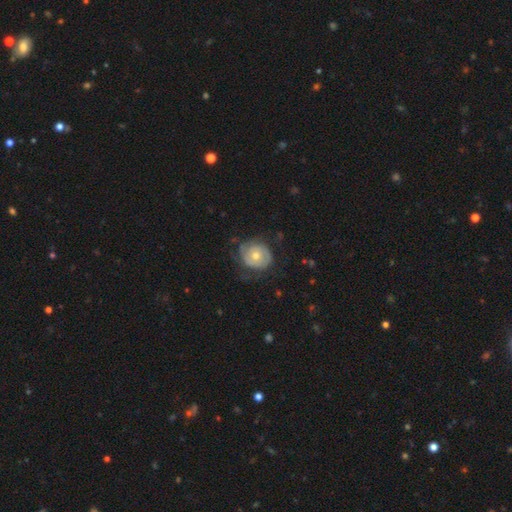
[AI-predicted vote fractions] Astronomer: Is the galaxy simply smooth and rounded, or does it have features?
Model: featured or disk — 59% (runner-up: smooth, 35%).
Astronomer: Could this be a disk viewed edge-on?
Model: no — 97%.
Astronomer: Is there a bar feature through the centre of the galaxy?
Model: no — 84%.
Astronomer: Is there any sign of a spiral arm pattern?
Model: yes — 72%.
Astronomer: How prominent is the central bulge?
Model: moderate — 65%.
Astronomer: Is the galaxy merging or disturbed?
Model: none — 59%.